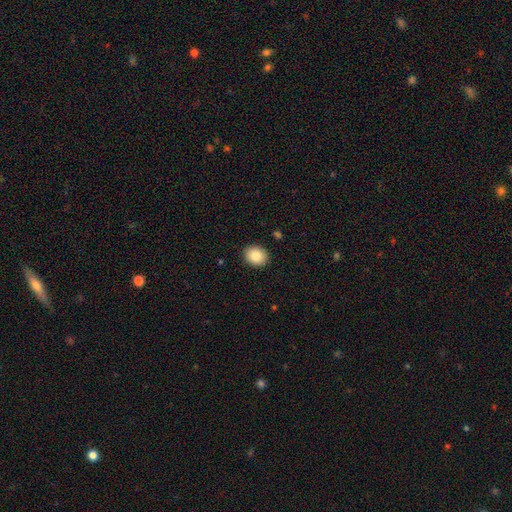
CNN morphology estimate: A smooth galaxy with no disk features (83%) that is round (61%).

Vote fractions:
- Smooth or featured? smooth: 83% / star or artifact: 9% / featured or disk: 8%
- How rounded? round: 61% / in between: 38% / cigar-shaped: 1%
- Merging? none: 91% / minor disturbance: 6% / major disturbance: 2% / merger: 1%